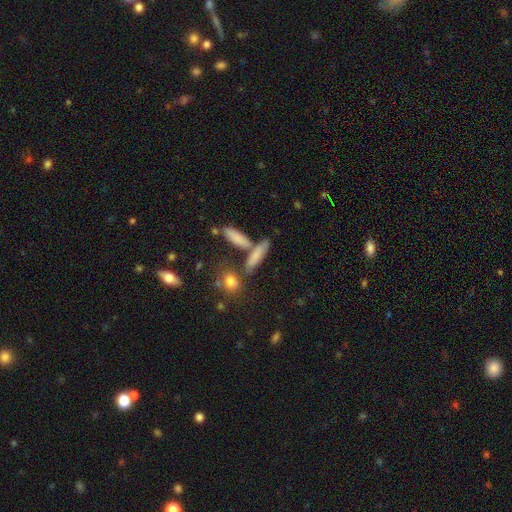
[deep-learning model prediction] The model was most divided on "how rounded": cigar-shaped: 63%, in between: 32%, round: 5%. More confident: smooth or featured — smooth (73%); merging — none (61%).